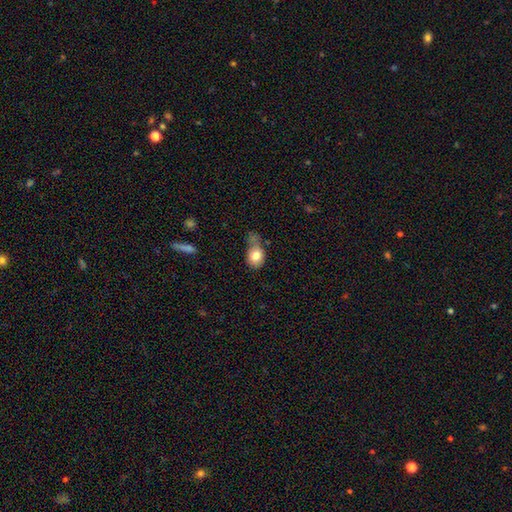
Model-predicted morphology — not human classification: This is likely a smooth galaxy (79%). How rounded: likely in between (64%). Merging: marginally minor disturbance (32%).